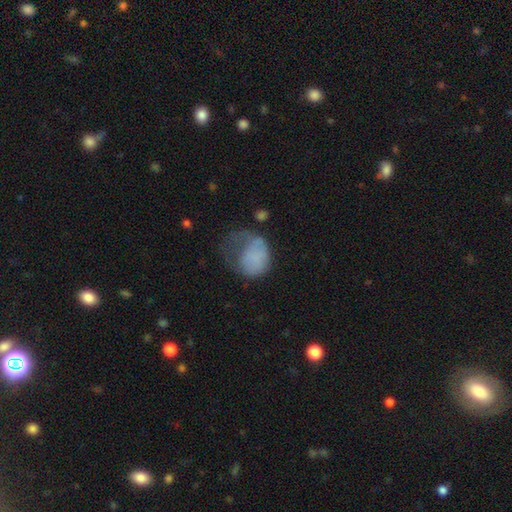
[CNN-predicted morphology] Q: Smooth or featured?
A: smooth (65%); runner-up: featured or disk (24%)
Q: How rounded?
A: in between (54%); runner-up: round (45%)
Q: Merging?
A: major disturbance (57%); runner-up: minor disturbance (23%)